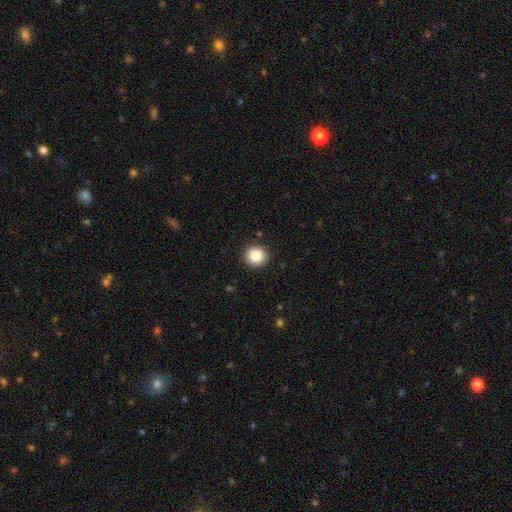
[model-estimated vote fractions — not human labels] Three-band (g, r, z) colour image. It shows a smooth galaxy with no disk features (87%) that is round (93%). Merging: none (91%).